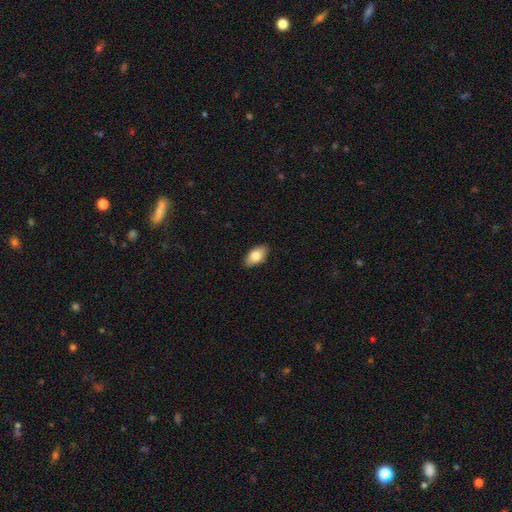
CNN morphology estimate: A smooth galaxy with no disk features (82%) that is in between round and cigar-shaped (93%). Merging: none (88%).